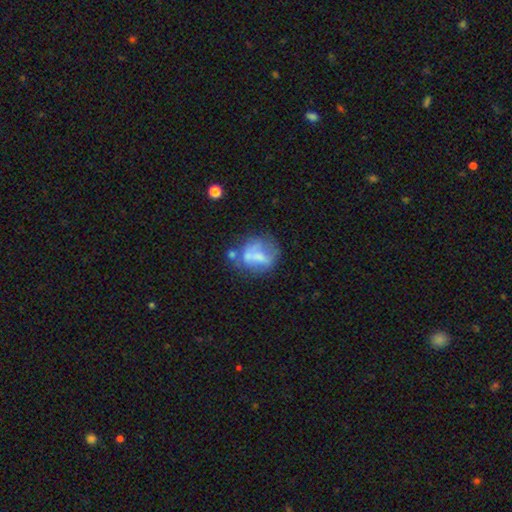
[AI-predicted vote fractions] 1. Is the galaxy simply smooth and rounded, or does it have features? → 46% smooth, 43% featured or disk, 11% star or artifact.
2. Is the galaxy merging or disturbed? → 38% none, 22% minor disturbance, 22% major disturbance, 17% merger.